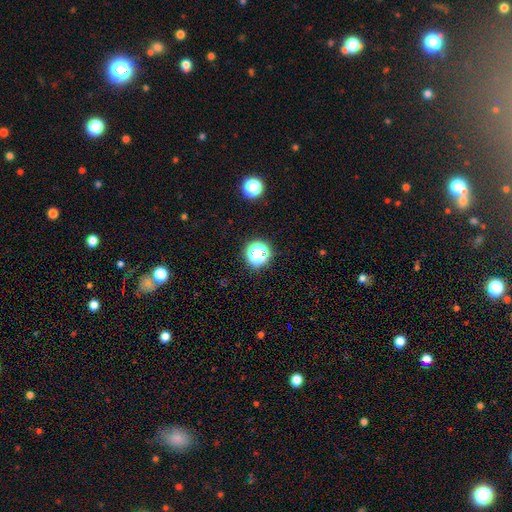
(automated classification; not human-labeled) smooth-or-featured: smooth: 48% | star or artifact: 43% | featured or disk: 10%
  merging: none: 77% | minor disturbance: 11% | major disturbance: 6% | merger: 5%